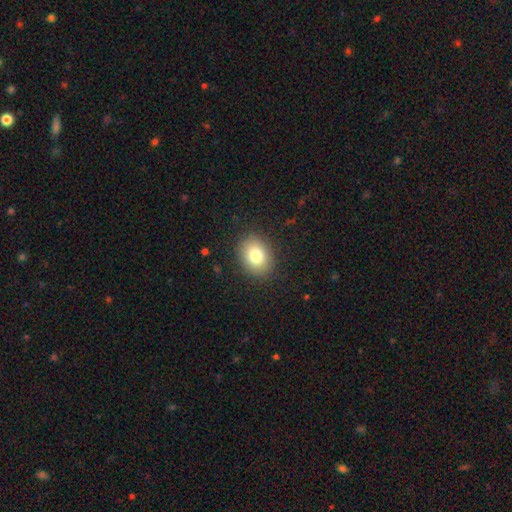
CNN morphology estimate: smooth_or_featured: smooth (p=0.81) [alt: star or artifact p=0.10]
how_rounded: in between (p=0.59) [alt: round p=0.40]
merging: none (p=0.88) [alt: minor disturbance p=0.08]